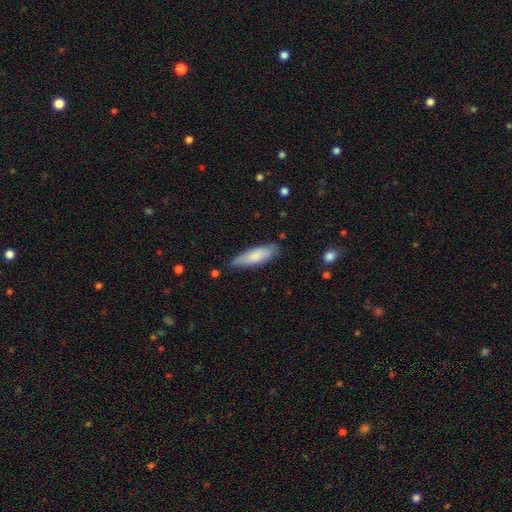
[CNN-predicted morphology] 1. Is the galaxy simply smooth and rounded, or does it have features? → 78% smooth, 17% featured or disk, 5% star or artifact.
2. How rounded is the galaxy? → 56% cigar-shaped, 43% in between, 1% round.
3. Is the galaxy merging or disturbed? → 76% none, 19% minor disturbance, 3% major disturbance, 2% merger.